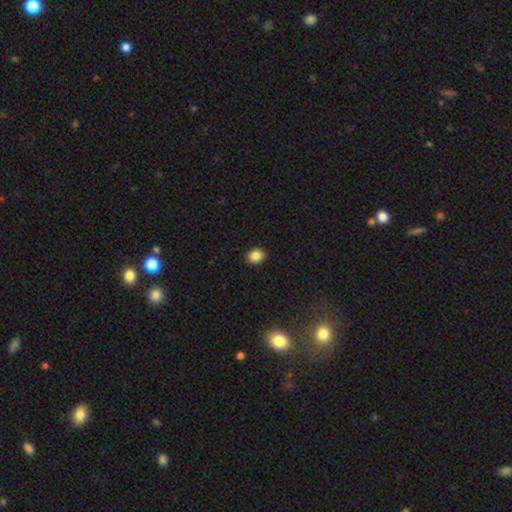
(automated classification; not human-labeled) Overall: smooth (87%). How rounded: round (52%; in between 47%). Merging: none (91%).